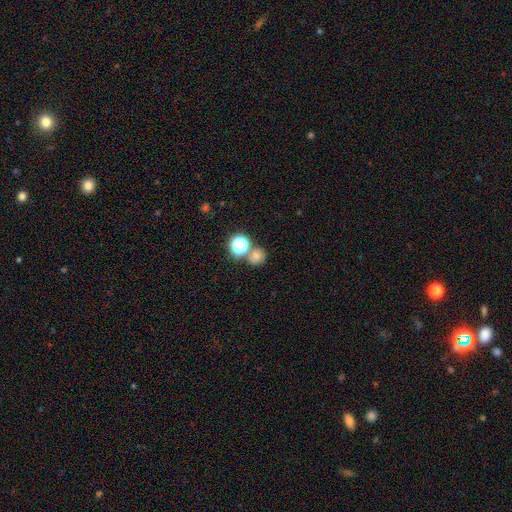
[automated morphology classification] Smooth or featured: smooth — 69% (star or artifact — 22%)
How rounded: round — 81% (in between — 18%)
Merging: none — 60% (merger — 28%)